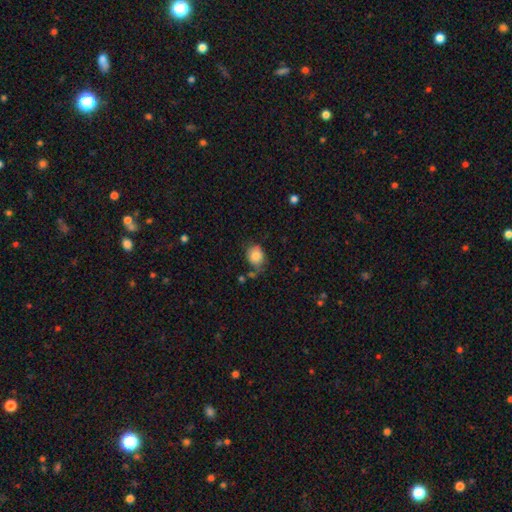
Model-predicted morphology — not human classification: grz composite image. It shows a smooth galaxy with no disk features (85%) that is round (55%). Merging: none (63%).